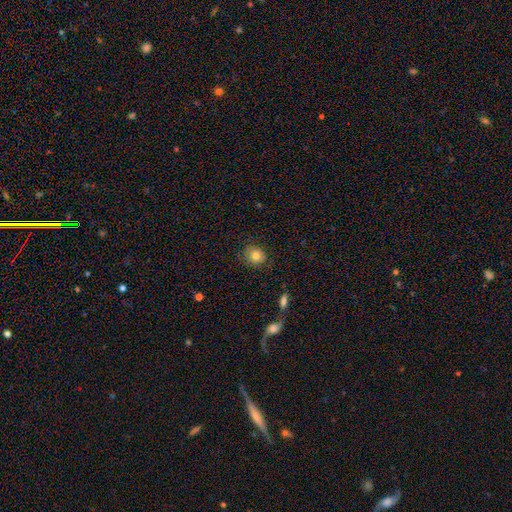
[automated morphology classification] smooth_or_featured: smooth (p=0.78) [alt: featured or disk p=0.11]
how_rounded: round (p=0.81) [alt: in between p=0.18]
merging: none (p=0.82) [alt: minor disturbance p=0.13]